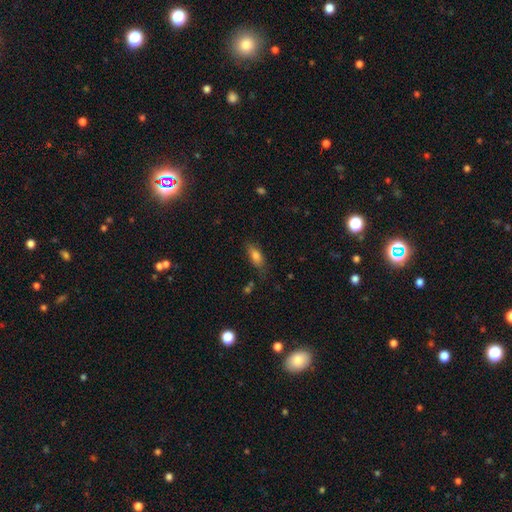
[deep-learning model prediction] The model was most divided on "merging": none: 72%, minor disturbance: 20%, major disturbance: 6%, merger: 3%. More confident: smooth or featured — smooth (78%); how rounded — in between (75%).